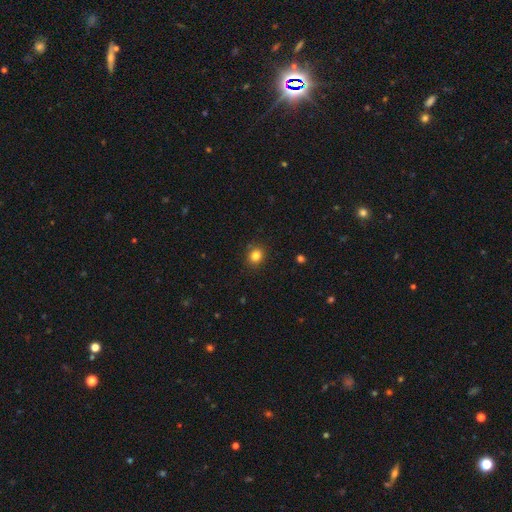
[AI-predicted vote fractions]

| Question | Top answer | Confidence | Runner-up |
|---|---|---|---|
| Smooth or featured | smooth | 83% | star or artifact (12%) |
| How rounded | round | 74% | in between (25%) |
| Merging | none | 88% | minor disturbance (8%) |